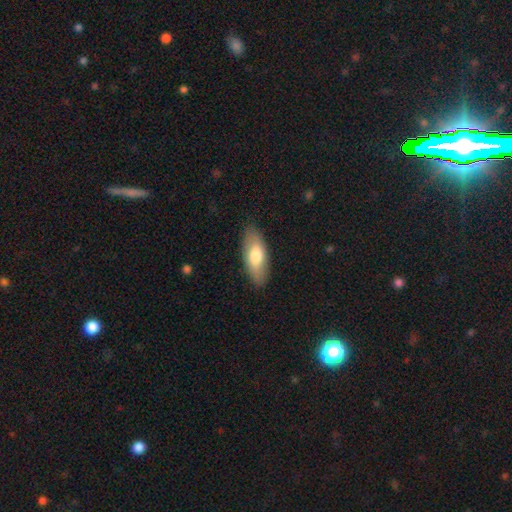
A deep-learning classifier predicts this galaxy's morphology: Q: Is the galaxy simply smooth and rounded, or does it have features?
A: smooth — 72%.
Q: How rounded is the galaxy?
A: in between — 79%.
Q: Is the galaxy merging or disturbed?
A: none — 87%.